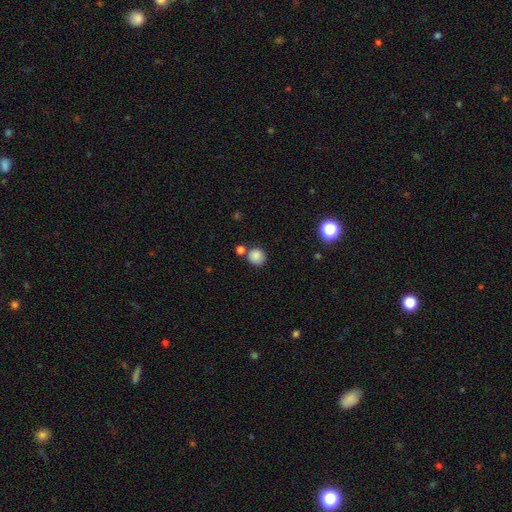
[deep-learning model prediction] Q: Smooth or featured?
A: smooth (84%); runner-up: star or artifact (11%)
Q: How rounded?
A: round (89%); runner-up: in between (10%)
Q: Merging?
A: none (72%); runner-up: merger (15%)